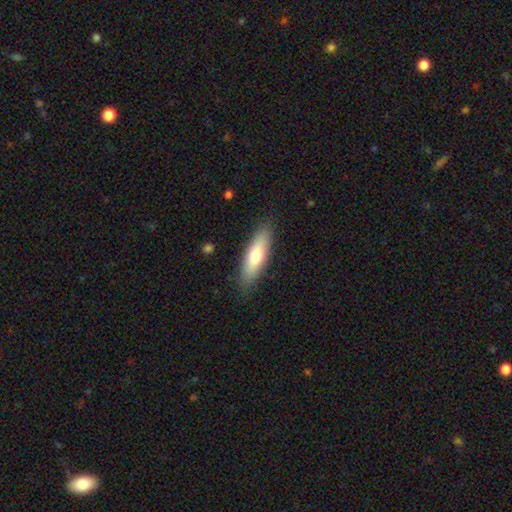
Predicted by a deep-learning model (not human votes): Smooth or featured? smooth (69%)
How rounded? cigar-shaped (50%)
Merging? none (86%)